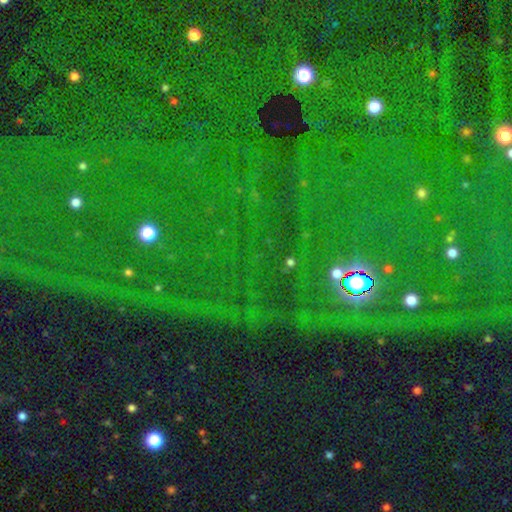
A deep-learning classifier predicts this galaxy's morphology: smooth-or-featured: star or artifact: 85% | smooth: 8% | featured or disk: 7%